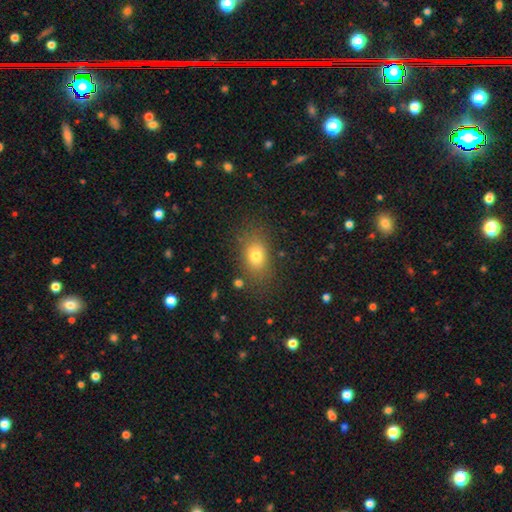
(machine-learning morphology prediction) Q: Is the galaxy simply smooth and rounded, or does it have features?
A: smooth — 76%.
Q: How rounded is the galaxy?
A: in between — 72%.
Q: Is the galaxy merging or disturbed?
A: none — 77%.